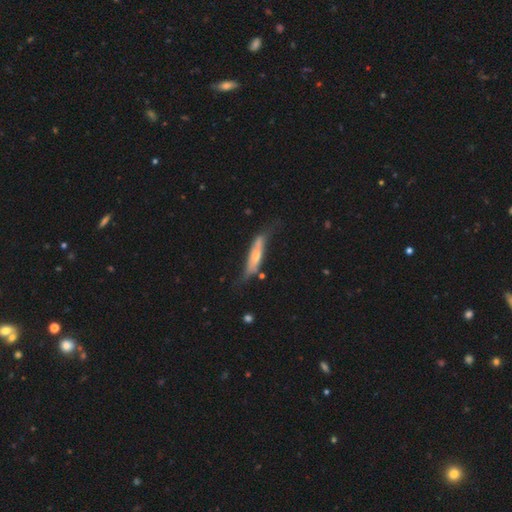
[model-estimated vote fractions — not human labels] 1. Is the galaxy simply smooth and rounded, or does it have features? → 49% featured or disk, 45% smooth, 6% star or artifact.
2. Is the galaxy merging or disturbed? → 51% none, 31% minor disturbance, 13% major disturbance, 4% merger.